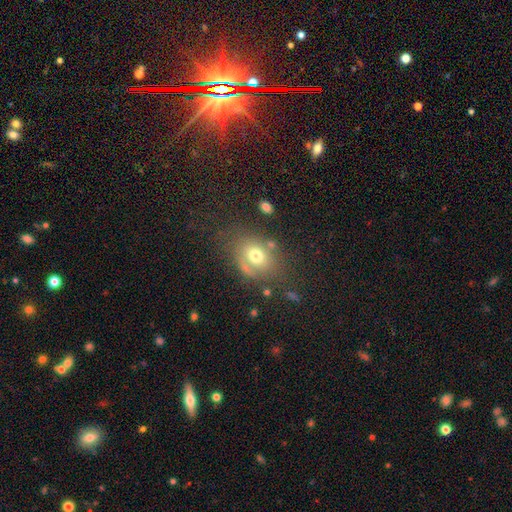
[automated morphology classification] smooth 66%, featured or disk 22%, star or artifact 12%. Down the decision tree: how rounded — in between (60%); merging — none (61%).